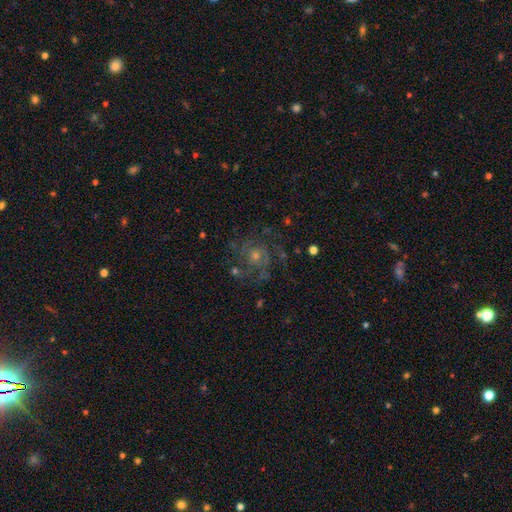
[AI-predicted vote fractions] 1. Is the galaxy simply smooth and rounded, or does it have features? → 74% featured or disk, 14% star or artifact, 11% smooth.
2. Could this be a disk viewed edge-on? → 98% no, 2% yes.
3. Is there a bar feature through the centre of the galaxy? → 76% no, 20% weak, 4% strong.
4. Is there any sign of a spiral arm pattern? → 92% yes, 8% no.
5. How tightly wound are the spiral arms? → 44% tight (tied), 44% medium (tied), 12% loose.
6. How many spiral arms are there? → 33% 2, 26% can't tell, 22% 3, 7% 4, 6% 1, 5% more than 4.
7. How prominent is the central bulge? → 47% moderate, 44% small, 4% large, 4% none, 1% dominant.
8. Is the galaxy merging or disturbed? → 71% none, 15% minor disturbance, 12% major disturbance, 2% merger.